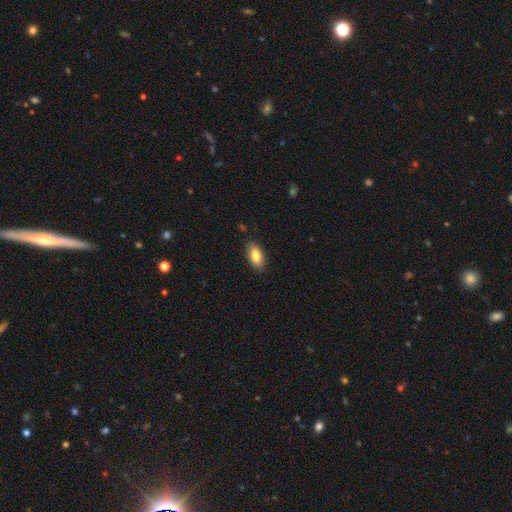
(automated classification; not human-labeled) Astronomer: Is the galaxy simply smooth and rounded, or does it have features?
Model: smooth — 82%.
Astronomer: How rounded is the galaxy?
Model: in between — 88%.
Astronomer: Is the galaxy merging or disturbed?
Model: none — 86%.